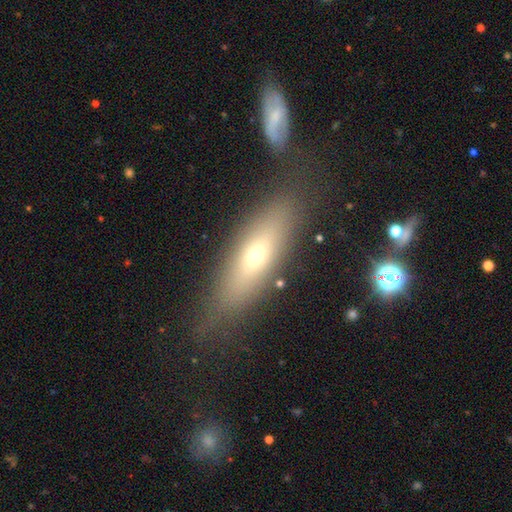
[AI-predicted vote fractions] A smooth galaxy with no disk features (57%) that is cigar-shaped (52%). Merging: none (74%).